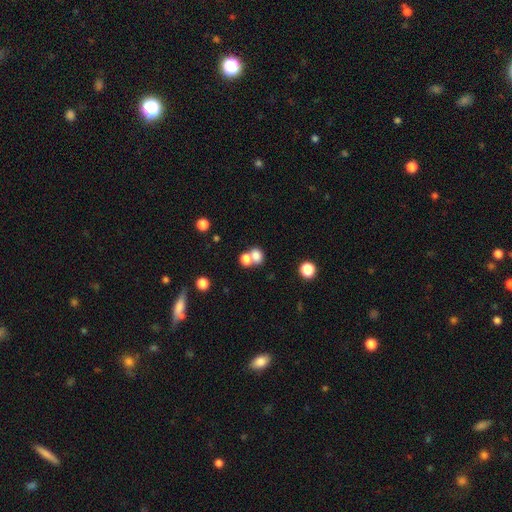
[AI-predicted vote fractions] This appears to be a smooth galaxy with no disk features (78%) that is round (53%). Merging: merger (52%).